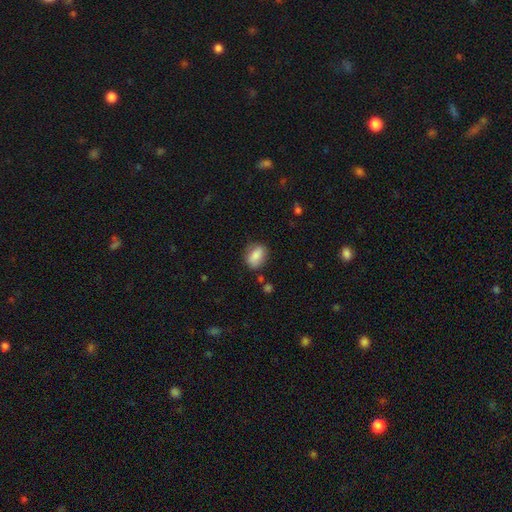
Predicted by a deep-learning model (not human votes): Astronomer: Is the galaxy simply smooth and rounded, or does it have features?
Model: smooth — 84%.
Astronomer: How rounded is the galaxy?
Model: in between — 78%.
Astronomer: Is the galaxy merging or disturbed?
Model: none — 74%.